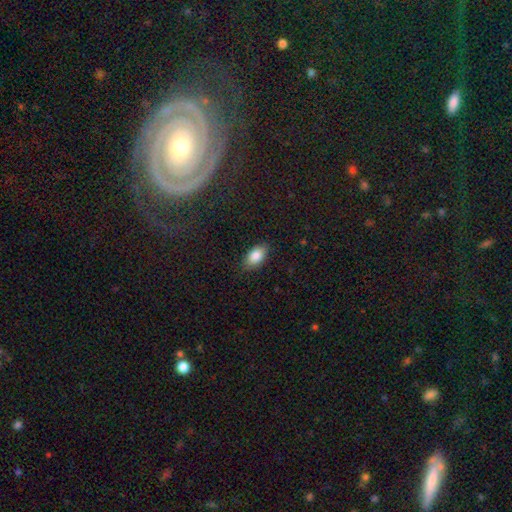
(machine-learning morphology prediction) Smooth or featured? Predicted: smooth (p=0.85). How rounded? Predicted: in between (p=0.93). Merging? Predicted: none (p=0.85).